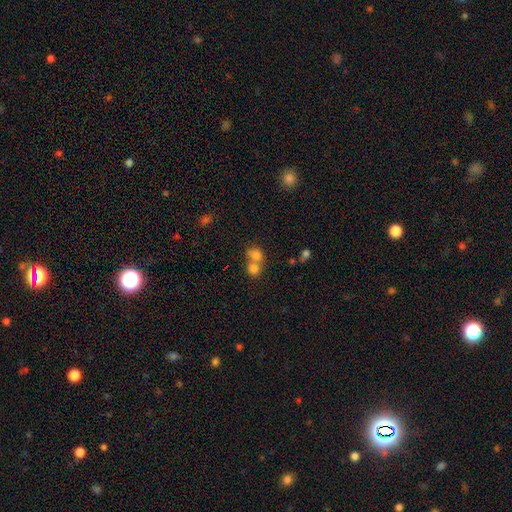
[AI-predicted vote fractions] smooth-or-featured: smooth: 76% | star or artifact: 13% | featured or disk: 12%
  how-rounded: round: 65% | in between: 33% | cigar-shaped: 1%
  merging: merger: 61% | none: 29% | minor disturbance: 7% | major disturbance: 4%